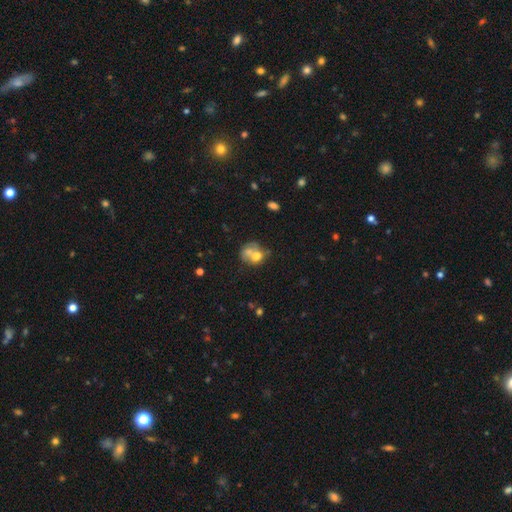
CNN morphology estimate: The model was most divided on "how rounded": round: 53%, in between: 46%, cigar-shaped: 1%. More confident: smooth or featured — smooth (62%); merging — merger (53%).